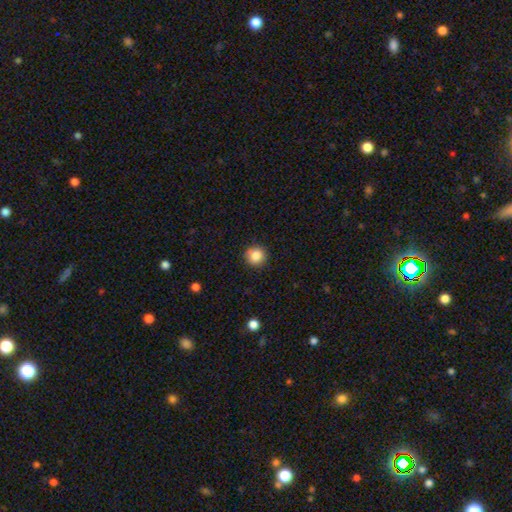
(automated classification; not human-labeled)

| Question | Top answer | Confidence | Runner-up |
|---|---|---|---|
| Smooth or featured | smooth | 85% | star or artifact (10%) |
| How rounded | round | 93% | in between (6%) |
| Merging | none | 91% | minor disturbance (6%) |